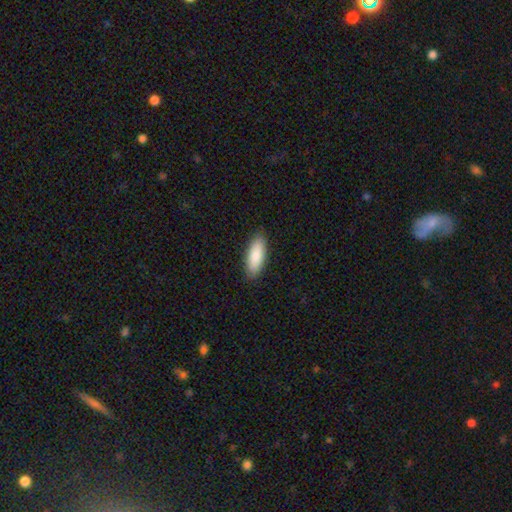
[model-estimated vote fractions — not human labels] A smooth galaxy with no disk features (86%) that is in between round and cigar-shaped (71%). Merging: none (88%).